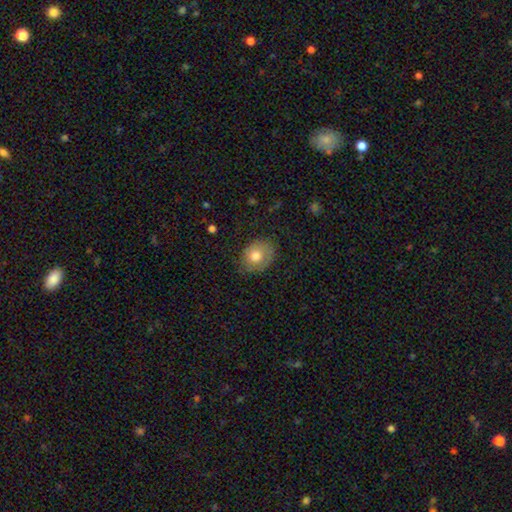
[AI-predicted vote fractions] smooth_or_featured: smooth (p=0.73) [alt: featured or disk p=0.20]
how_rounded: in between (p=0.58) [alt: round p=0.41]
merging: none (p=0.73) [alt: minor disturbance p=0.21]